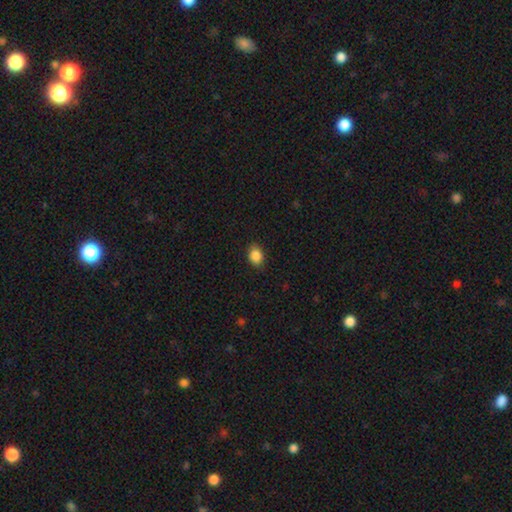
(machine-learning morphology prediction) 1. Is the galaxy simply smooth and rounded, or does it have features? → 87% smooth, 9% star or artifact, 4% featured or disk.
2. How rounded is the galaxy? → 68% in between, 31% round, 1% cigar-shaped.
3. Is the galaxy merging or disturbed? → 86% none, 10% minor disturbance, 3% major disturbance, 1% merger.